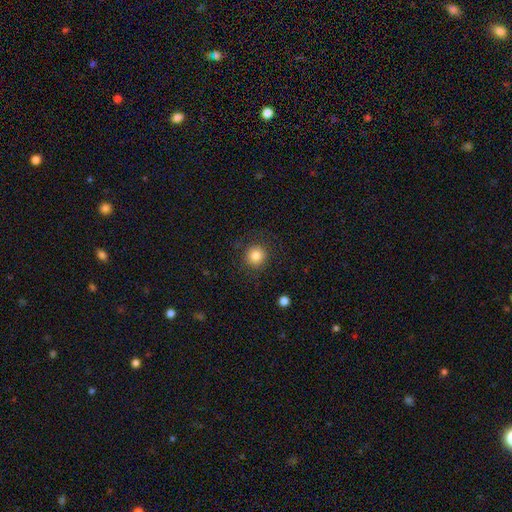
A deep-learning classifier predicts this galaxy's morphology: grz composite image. It shows a smooth galaxy with no disk features (83%) that is round (94%). Merging: none (88%).